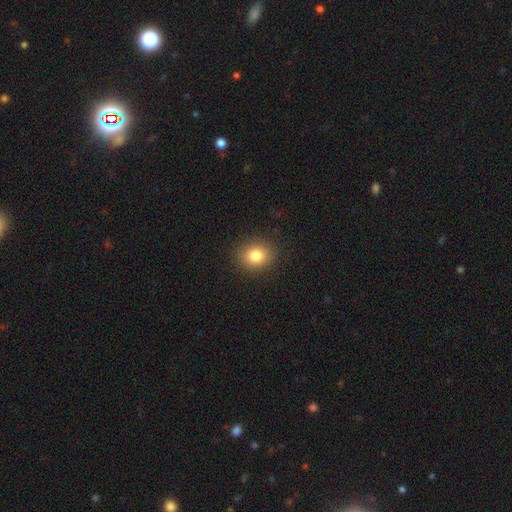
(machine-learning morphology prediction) The model was most divided on "how rounded": round: 63%, in between: 36%, cigar-shaped: 1%. More confident: merging — none (89%); smooth or featured — smooth (82%).